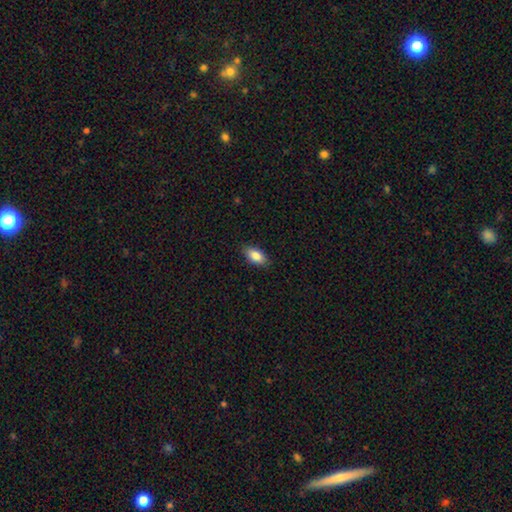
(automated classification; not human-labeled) smooth_or_featured: smooth (p=0.86) [alt: featured or disk p=0.07]
how_rounded: in between (p=0.90) [alt: cigar-shaped p=0.06]
merging: none (p=0.87) [alt: minor disturbance p=0.10]